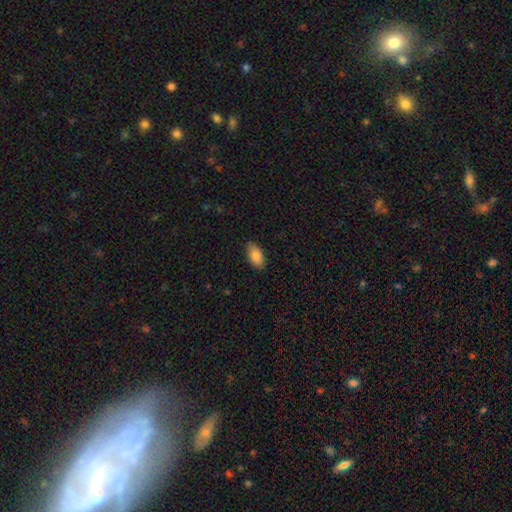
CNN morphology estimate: smooth_or_featured: smooth (p=0.88) [alt: star or artifact p=0.06]
how_rounded: in between (p=0.94) [alt: cigar-shaped p=0.04]
merging: none (p=0.87) [alt: minor disturbance p=0.10]